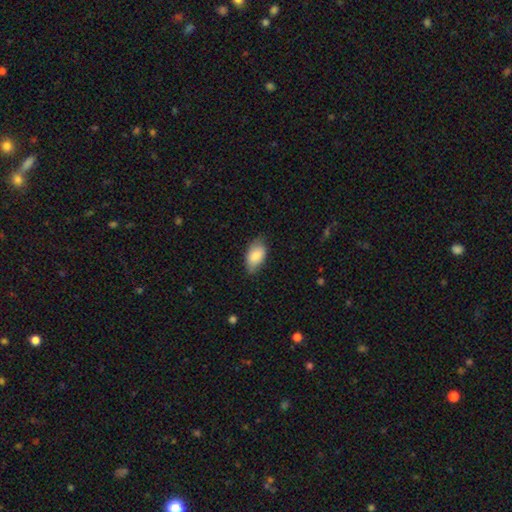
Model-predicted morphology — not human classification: smooth 85%, featured or disk 9%, star or artifact 6%. Down the decision tree: how rounded — in between (94%); merging — none (74%).